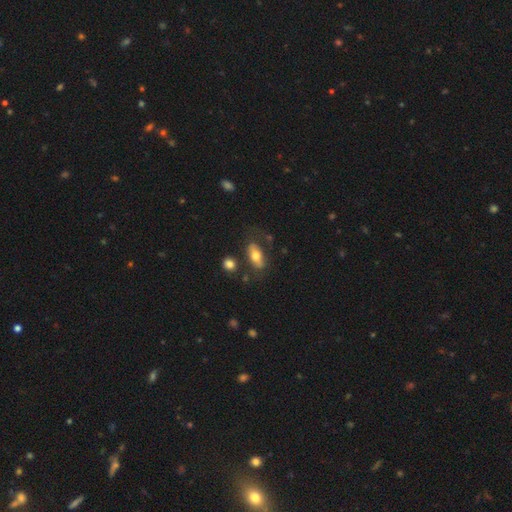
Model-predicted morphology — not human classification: smooth_or_featured: smooth (p=0.64) [alt: featured or disk p=0.30]
how_rounded: in between (p=0.86) [alt: cigar-shaped p=0.09]
merging: none (p=0.62) [alt: minor disturbance p=0.20]